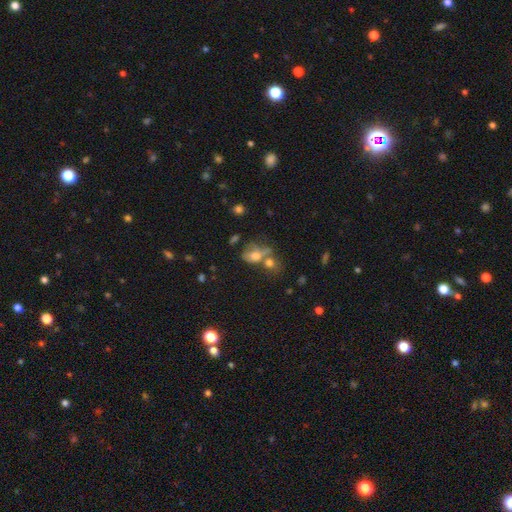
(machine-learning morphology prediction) This appears to be a smooth galaxy with no disk features (62%) that is in between round and cigar-shaped (70%). Merging: merger (47%).